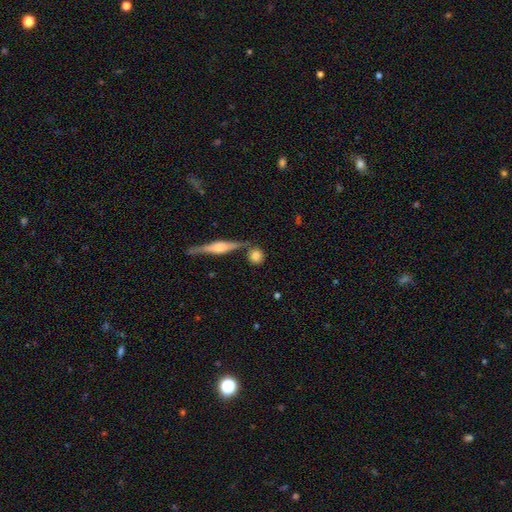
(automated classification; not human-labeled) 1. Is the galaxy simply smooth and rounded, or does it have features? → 74% smooth, 18% featured or disk, 8% star or artifact.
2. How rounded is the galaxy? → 85% round, 11% in between, 4% cigar-shaped.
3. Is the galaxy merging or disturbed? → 73% none, 12% merger, 11% minor disturbance, 3% major disturbance.